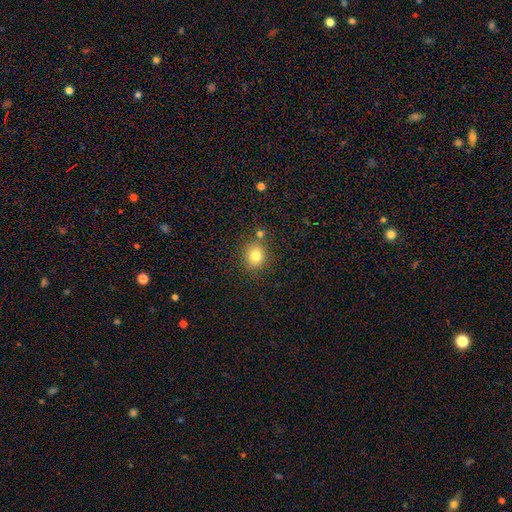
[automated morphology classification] Smooth or featured? smooth (79%)
How rounded? round (80%)
Merging? none (79%)